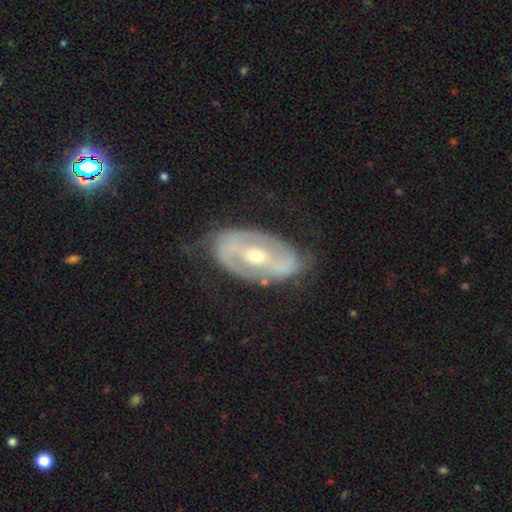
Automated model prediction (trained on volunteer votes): Q: Smooth or featured?
A: featured or disk (82%); runner-up: smooth (12%)
Q: Edge-on disk?
A: no (93%); runner-up: yes (7%)
Q: Bar?
A: strong (44%); runner-up: weak (31%)
Q: Spiral arms?
A: yes (75%); runner-up: no (25%)
Q: Spiral winding?
A: tight (41%); runner-up: medium (39%)
Q: Spiral arm count?
A: 2 (74%); runner-up: can't tell (17%)
Q: Bulge size?
A: moderate (51%); runner-up: small (46%)
Q: Merging?
A: none (68%); runner-up: minor disturbance (20%)